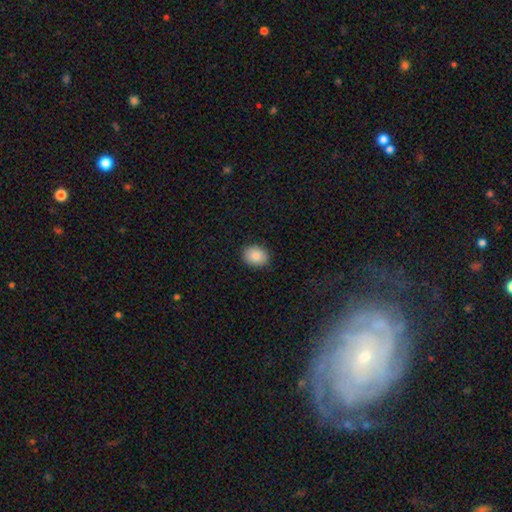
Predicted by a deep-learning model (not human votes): Smooth or featured?
  - smooth: 86% *
  - star or artifact: 8%
  - featured or disk: 6%
How rounded?
  - in between: 55% *
  - round: 44%
  - cigar-shaped: 1%
Merging?
  - none: 89% *
  - minor disturbance: 8%
  - major disturbance: 2%
  - merger: 1%